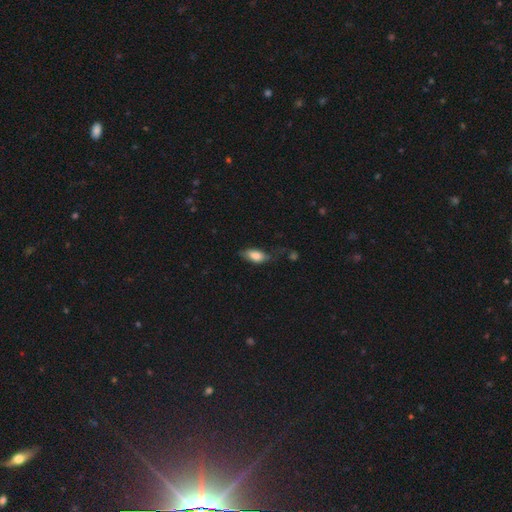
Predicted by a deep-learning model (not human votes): Morphology: type=smooth (79%); roundness=in between (89%); merging=none (43%).